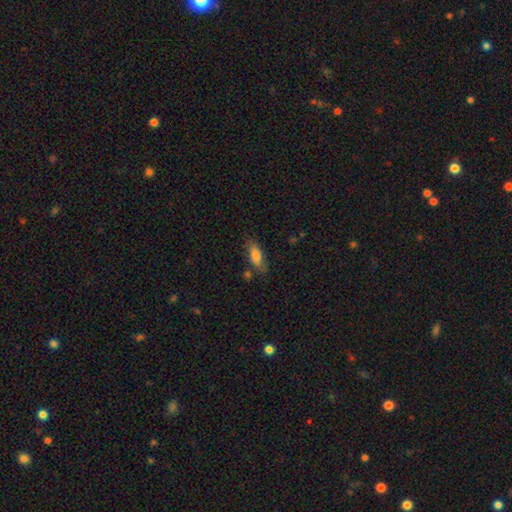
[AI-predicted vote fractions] Smooth or featured? Predicted: smooth (p=0.76). How rounded? Predicted: in between (p=0.73). Merging? Predicted: none (p=0.70).